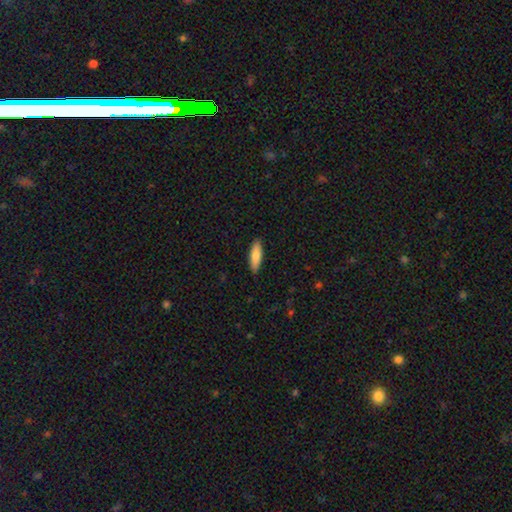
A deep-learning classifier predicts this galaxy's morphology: A smooth galaxy with no disk features (81%) that is cigar-shaped (51%).

Vote fractions:
- Smooth or featured? smooth: 81% / featured or disk: 14% / star or artifact: 6%
- How rounded? cigar-shaped: 51% / in between: 47% / round: 2%
- Merging? none: 89% / minor disturbance: 8% / major disturbance: 2% / merger: 1%